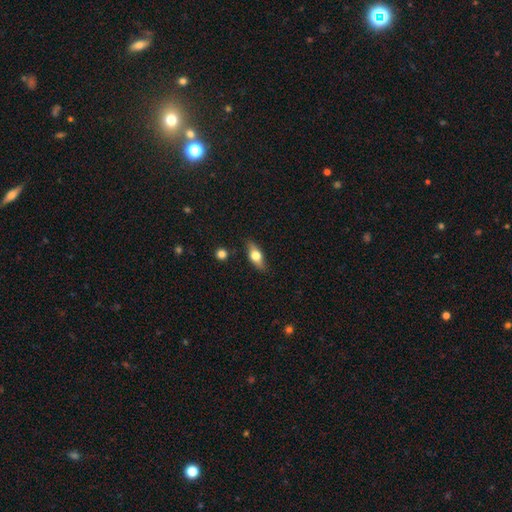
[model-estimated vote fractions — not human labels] Smooth or featured? smooth (56%)
How rounded? in between (70%)
Merging? none (83%)